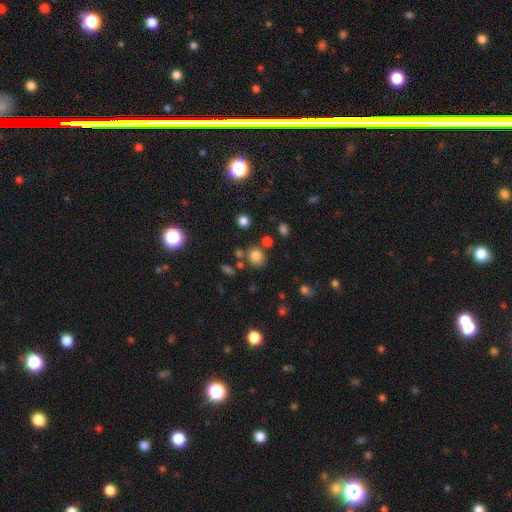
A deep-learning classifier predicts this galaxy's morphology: type=smooth (78%); roundness=round (73%); merging=none (70%).